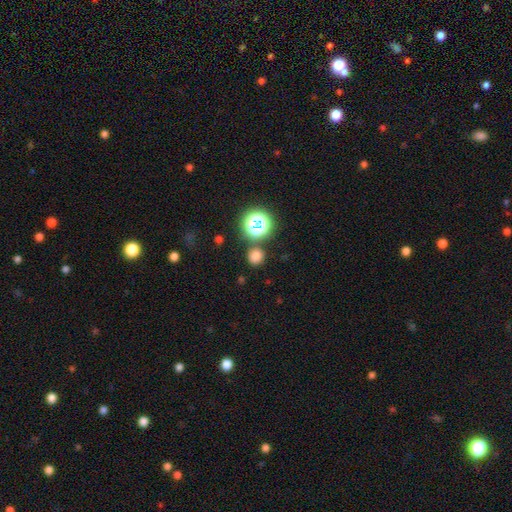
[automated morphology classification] Q: Smooth or featured?
A: smooth (74%); runner-up: star or artifact (21%)
Q: How rounded?
A: round (88%); runner-up: in between (11%)
Q: Merging?
A: none (83%); runner-up: minor disturbance (8%)